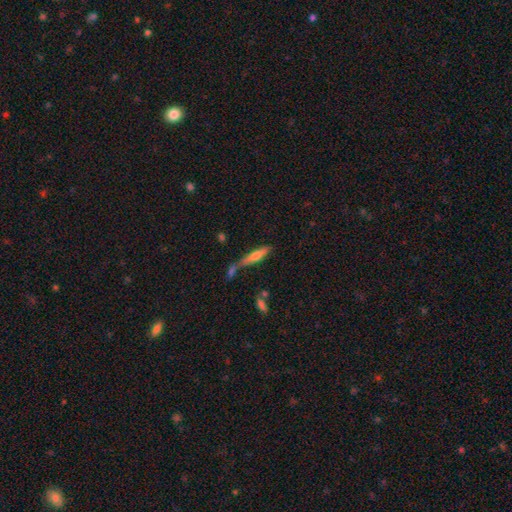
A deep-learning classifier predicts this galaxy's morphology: type=smooth (56%); roundness=cigar-shaped (82%); merging=none (52%).